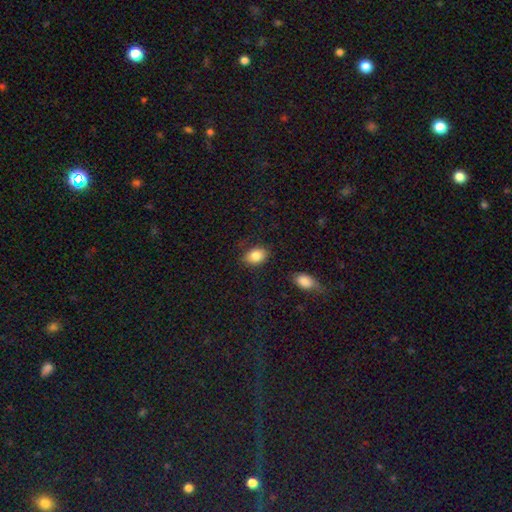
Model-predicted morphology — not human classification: Smooth or featured: smooth — 85% (star or artifact — 8%)
How rounded: in between — 79% (round — 20%)
Merging: none — 82% (minor disturbance — 13%)